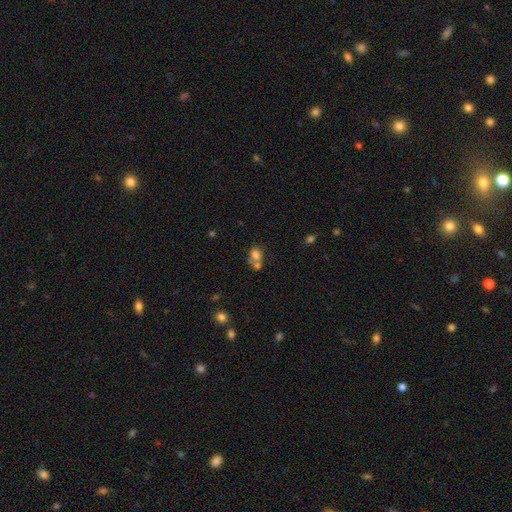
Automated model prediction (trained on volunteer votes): A smooth galaxy with no disk features (70%) that is in between round and cigar-shaped (69%). Merging: merger (56%).